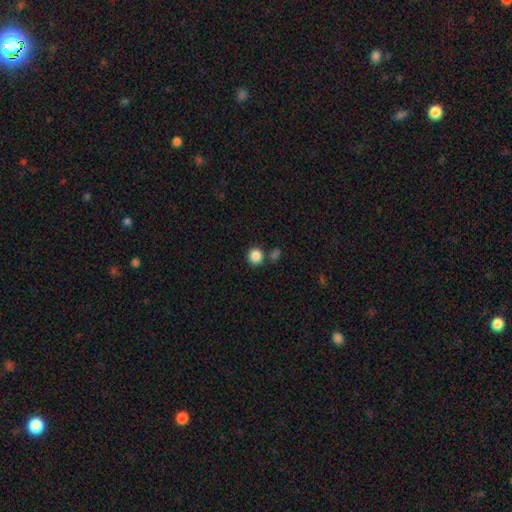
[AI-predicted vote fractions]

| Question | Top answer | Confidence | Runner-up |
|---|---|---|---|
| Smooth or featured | smooth | 87% | star or artifact (10%) |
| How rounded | round | 88% | in between (11%) |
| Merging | none | 75% | merger (12%) |